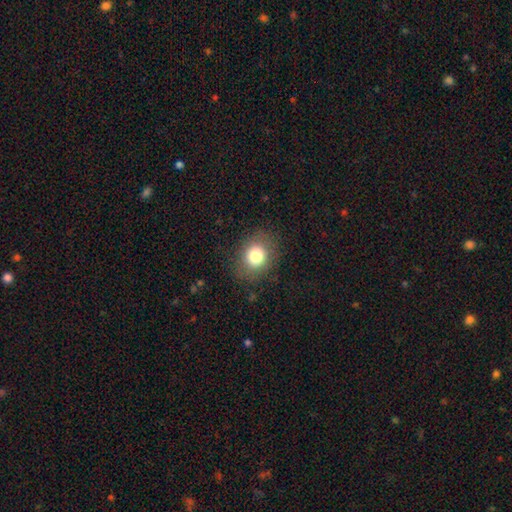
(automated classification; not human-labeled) A smooth galaxy with no disk features (80%) that is round (66%).

Vote fractions:
- Smooth or featured? smooth: 80% / star or artifact: 11% / featured or disk: 10%
- How rounded? round: 66% / in between: 34% / cigar-shaped: 1%
- Merging? none: 85% / minor disturbance: 10% / major disturbance: 4% / merger: 1%